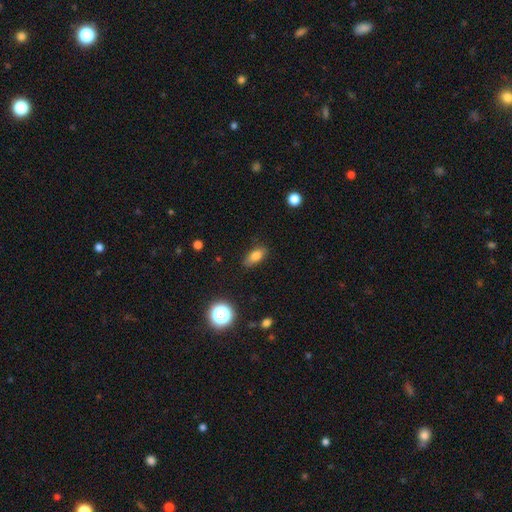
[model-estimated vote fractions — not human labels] This is likely a smooth galaxy (79%). How rounded: clearly in between (84%). Merging: clearly none (81%).